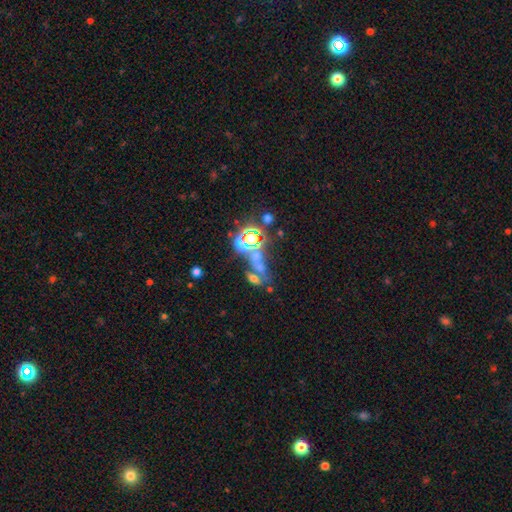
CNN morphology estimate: Smooth or featured? Predicted: star or artifact (p=0.47).